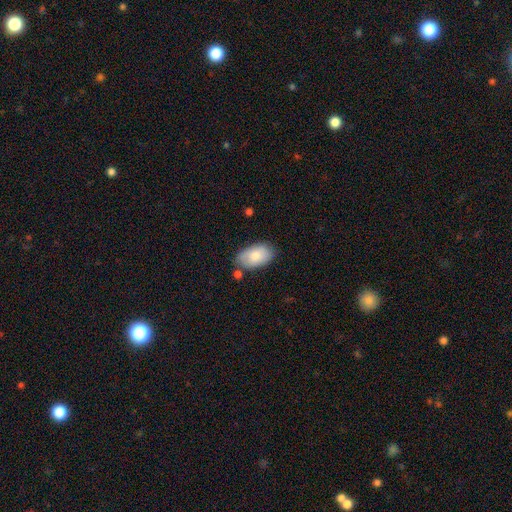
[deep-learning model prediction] This is likely a smooth galaxy (79%). How rounded: clearly in between (94%). Merging: likely none (71%).